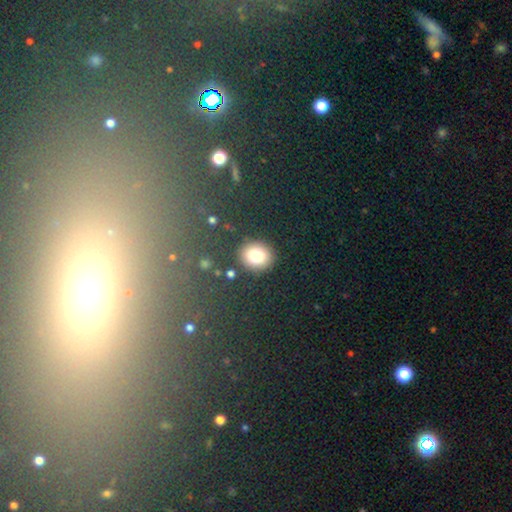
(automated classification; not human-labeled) Smooth or featured: smooth — 81% (star or artifact — 11%)
How rounded: round — 73% (in between — 26%)
Merging: none — 86% (minor disturbance — 8%)